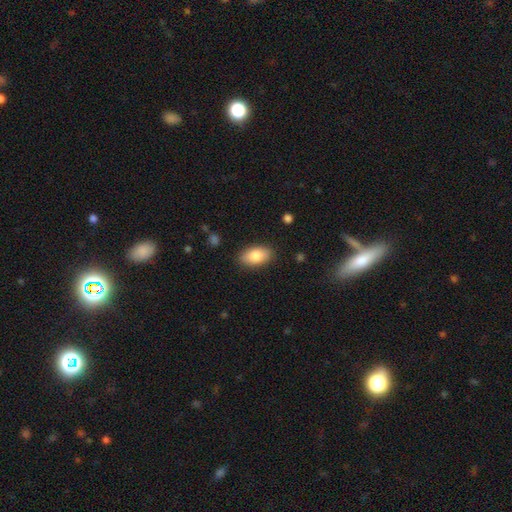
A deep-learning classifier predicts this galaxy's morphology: Smooth or featured: smooth — 84% (featured or disk — 10%)
How rounded: in between — 93% (round — 4%)
Merging: none — 87% (minor disturbance — 10%)